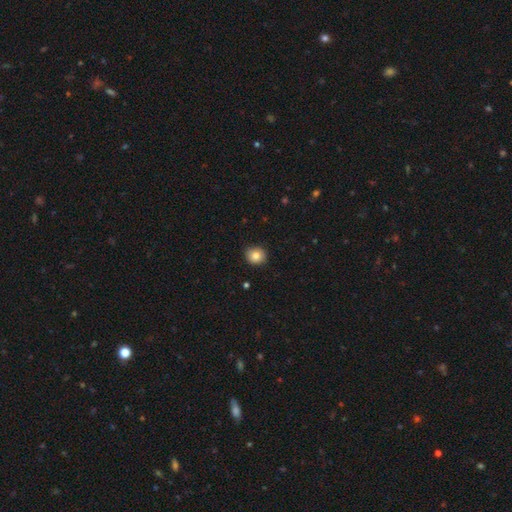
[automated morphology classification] A smooth galaxy with no disk features (83%) that is round (82%). Merging: none (87%).